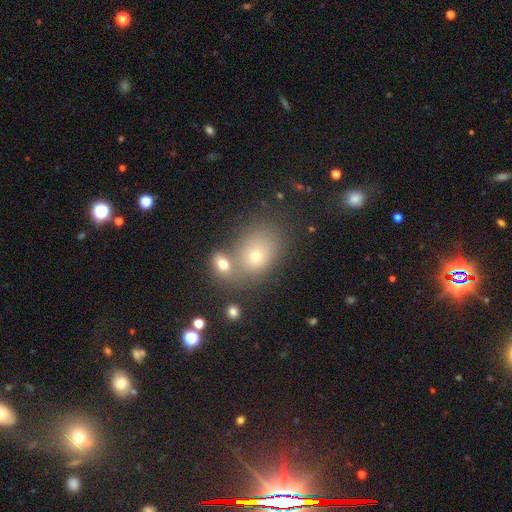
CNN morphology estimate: This appears to be a smooth galaxy with no disk features (66%) that is in between round and cigar-shaped (58%). Merging: none (49%).